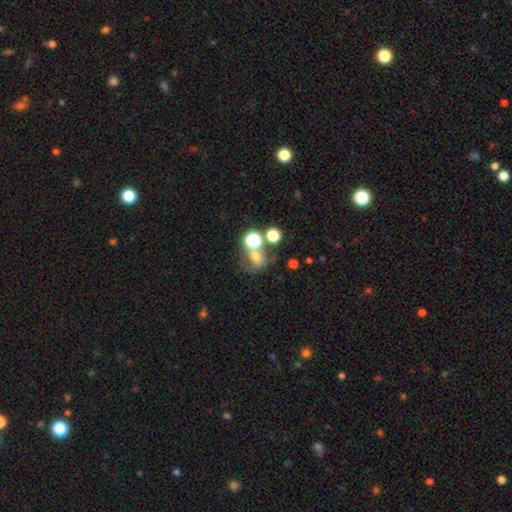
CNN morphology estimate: smooth-or-featured: smooth: 55% | star or artifact: 26% | featured or disk: 19%
  how-rounded: round: 66% | in between: 32% | cigar-shaped: 1%
  merging: none: 41% | merger: 32% | minor disturbance: 14% | major disturbance: 14%